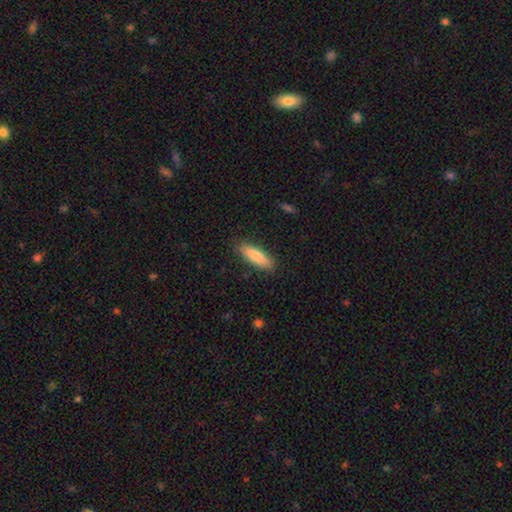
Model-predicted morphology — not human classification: This appears to be a smooth galaxy with no disk features (80%) that is cigar-shaped (53%). Merging: none (87%).